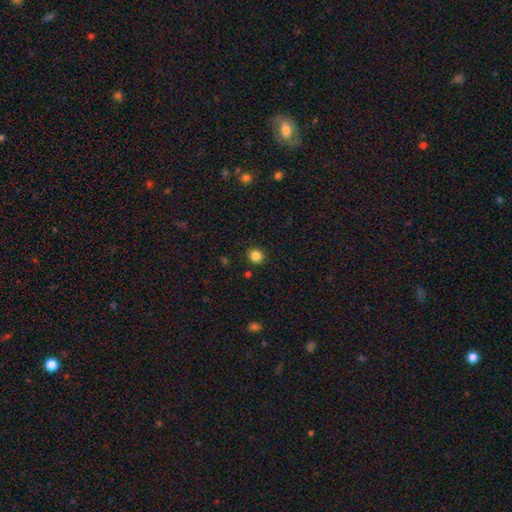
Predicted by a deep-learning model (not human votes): Morphology: type=smooth (84%); roundness=round (89%); merging=none (90%).